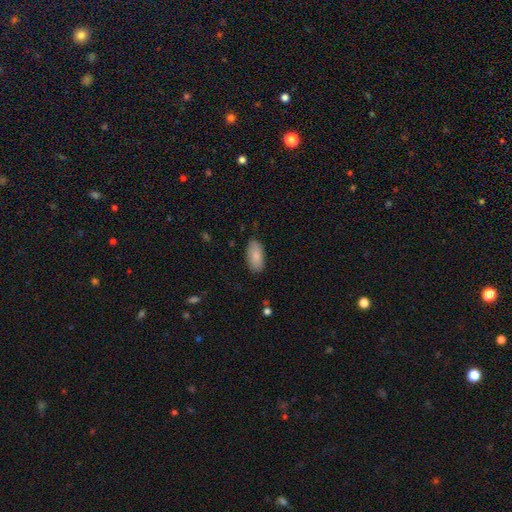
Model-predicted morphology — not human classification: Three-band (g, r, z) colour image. It shows a smooth galaxy with no disk features (87%) that is in between round and cigar-shaped (92%). Merging: none (86%).